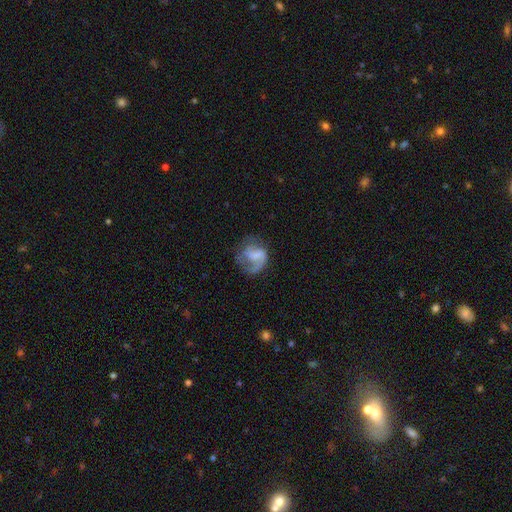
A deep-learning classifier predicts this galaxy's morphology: The model was most divided on "spiral winding": loose: 42%, medium: 41%, tight: 17%. Remaining: edge-on disk — no (98%); spiral arms — yes (83%); smooth or featured — featured or disk (65%); spiral arm count — 2 (49%); merging — none (47%); bar — weak (46%); bulge size — none (41%).